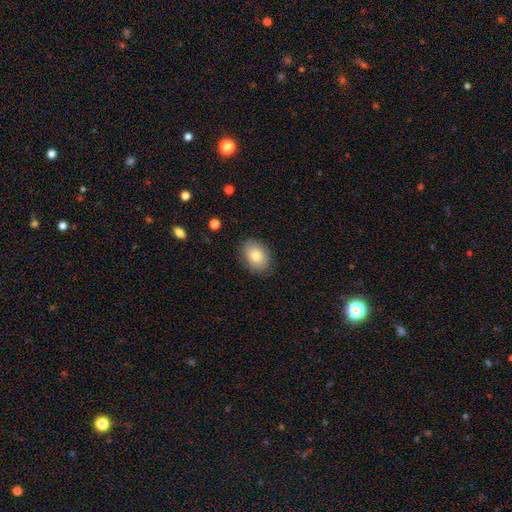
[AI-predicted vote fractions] A smooth galaxy with no disk features (82%) that is in between round and cigar-shaped (75%).

Vote fractions:
- Smooth or featured? smooth: 82% / featured or disk: 11% / star or artifact: 8%
- How rounded? in between: 75% / round: 24% / cigar-shaped: 1%
- Merging? none: 85% / minor disturbance: 11% / major disturbance: 3% / merger: 1%